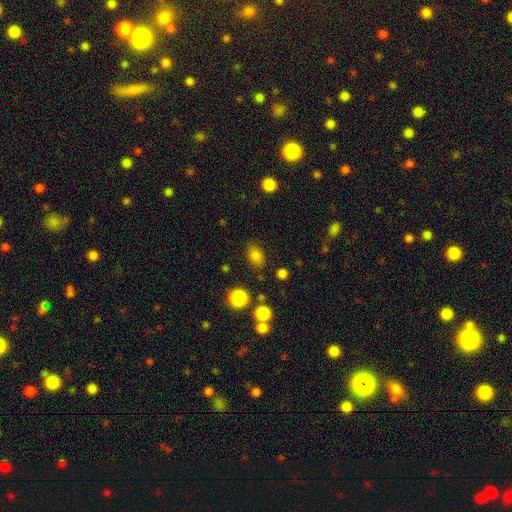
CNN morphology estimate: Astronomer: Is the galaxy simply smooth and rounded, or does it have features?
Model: smooth — 81%.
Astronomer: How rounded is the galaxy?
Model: in between — 77%.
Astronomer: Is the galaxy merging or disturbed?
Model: none — 81%.